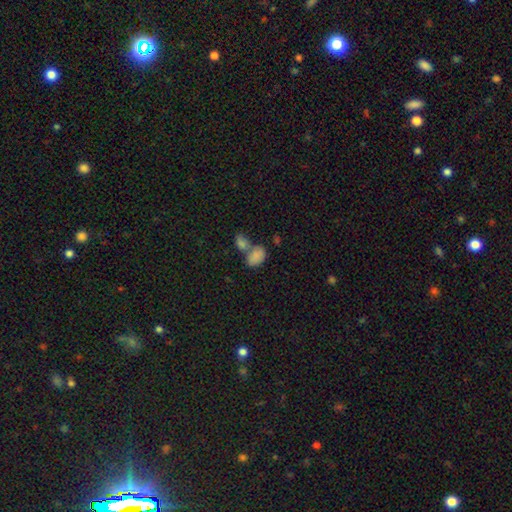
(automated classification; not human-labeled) Smooth or featured?
  - smooth: 83% *
  - featured or disk: 8%
  - star or artifact: 8%
How rounded?
  - in between: 88% *
  - round: 11%
  - cigar-shaped: 1%
Merging?
  - merger: 54% *
  - none: 31%
  - minor disturbance: 10%
  - major disturbance: 5%